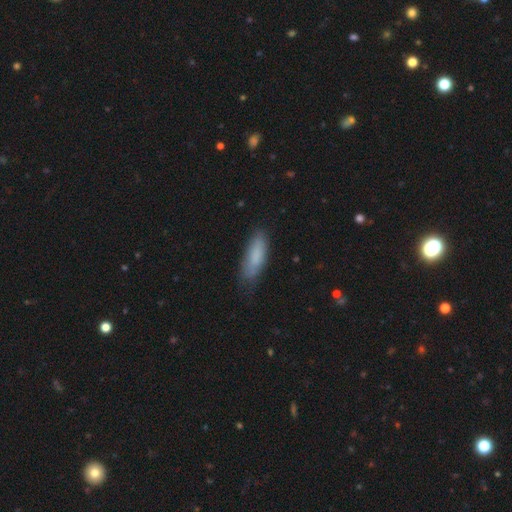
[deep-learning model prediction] The model was most divided on "how rounded": in between: 53%, cigar-shaped: 45%, round: 2%. More confident: smooth or featured — smooth (82%); merging — none (72%).